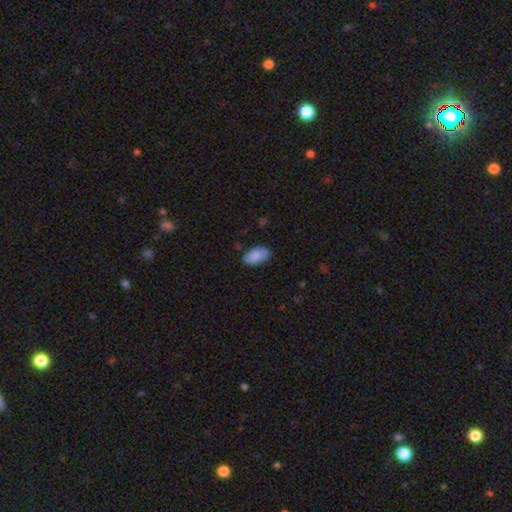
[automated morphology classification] Smooth or featured? smooth (80%)
How rounded? in between (93%)
Merging? none (73%)